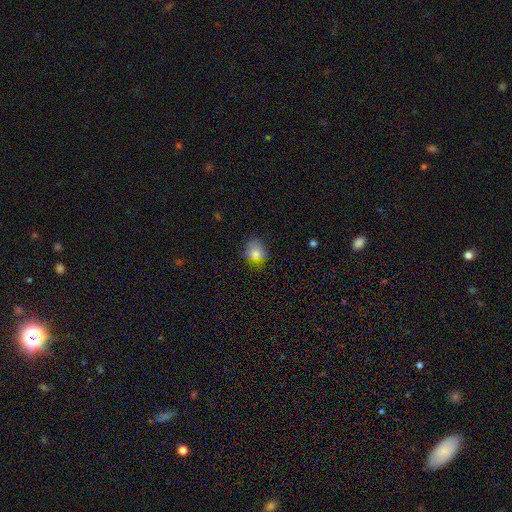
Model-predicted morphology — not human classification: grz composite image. It shows a smooth galaxy with no disk features (82%) that is round (54%). Merging: none (64%).